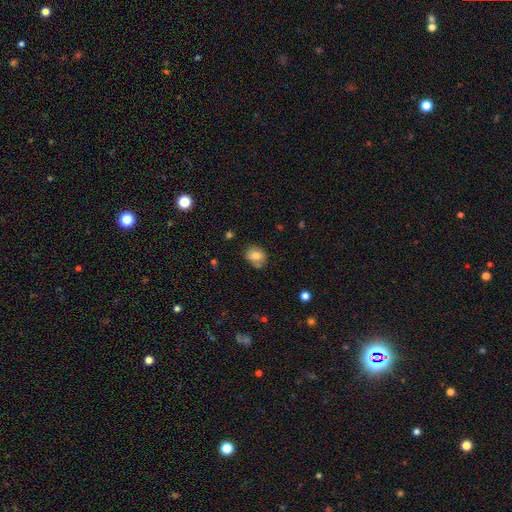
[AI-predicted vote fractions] Smooth or featured? Predicted: smooth (p=0.75). How rounded? Predicted: round (p=0.54). Merging? Predicted: none (p=0.64).